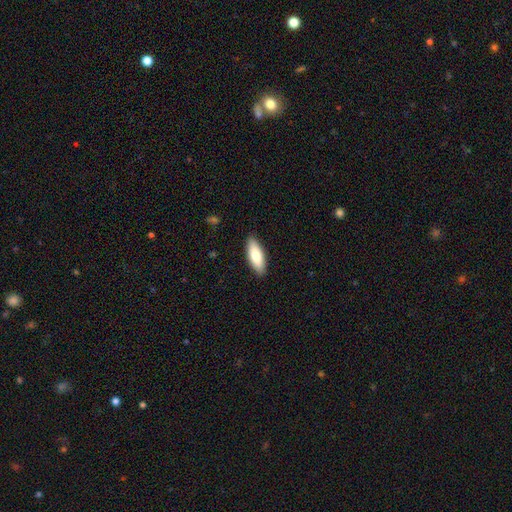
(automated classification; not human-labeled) A smooth galaxy with no disk features (77%) that is in between round and cigar-shaped (72%).

Vote fractions:
- Smooth or featured? smooth: 77% / featured or disk: 18% / star or artifact: 6%
- How rounded? in between: 72% / cigar-shaped: 26% / round: 2%
- Merging? none: 89% / minor disturbance: 8% / major disturbance: 2% / merger: 1%